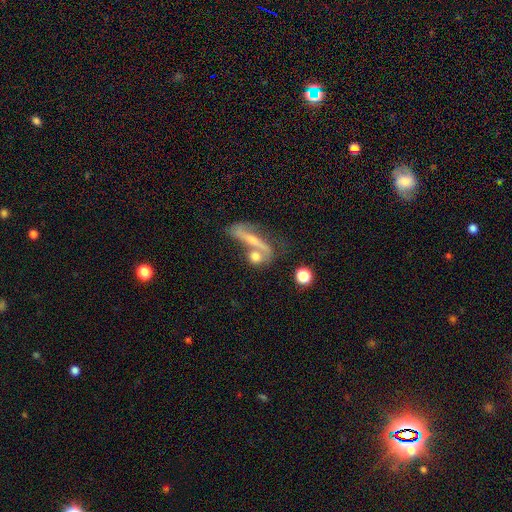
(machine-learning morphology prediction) Smooth or featured? featured or disk (60%)
Edge-on disk? no (60%)
Merging? none (37%)